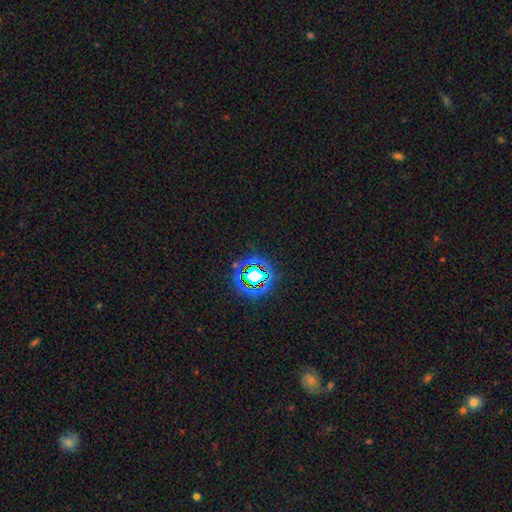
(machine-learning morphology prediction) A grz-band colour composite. It shows a star or artifact, not a galaxy (76%).